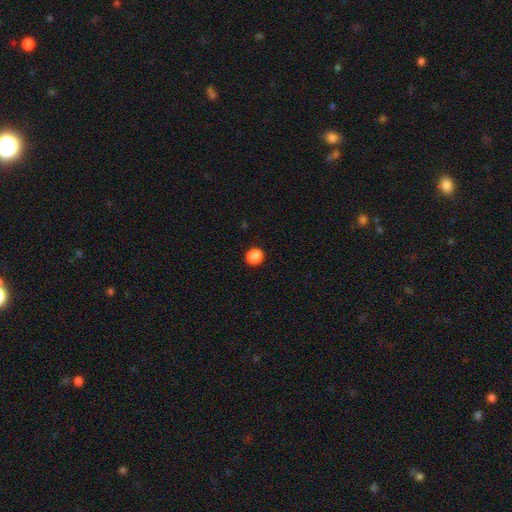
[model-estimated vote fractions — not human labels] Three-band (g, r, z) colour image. It shows a smooth galaxy with no disk features (86%) that is round (82%). Merging: none (89%).